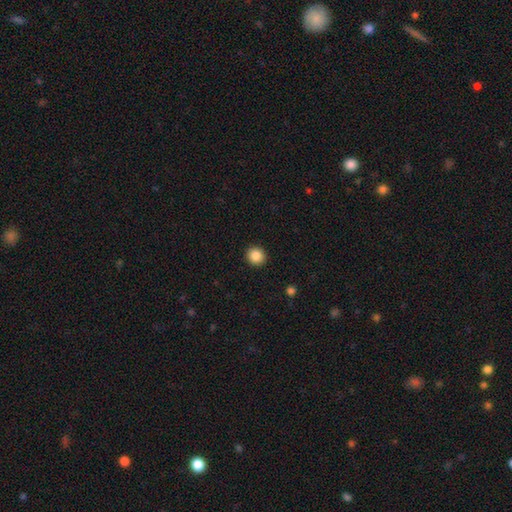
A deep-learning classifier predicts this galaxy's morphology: Smooth or featured? smooth (87%)
How rounded? round (91%)
Merging? none (93%)